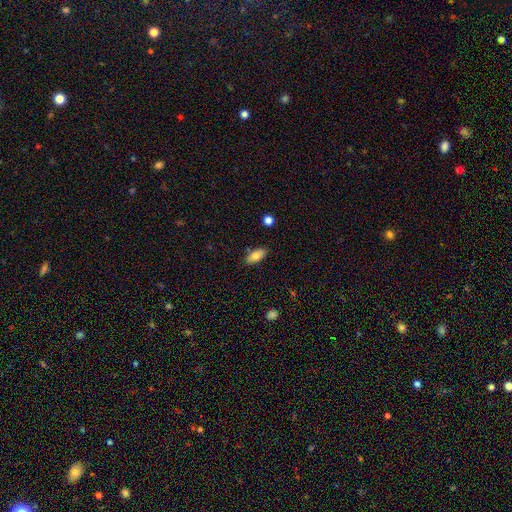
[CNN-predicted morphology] smooth-or-featured: smooth: 79% | featured or disk: 13% | star or artifact: 7%
  how-rounded: in between: 89% | cigar-shaped: 8% | round: 3%
  merging: none: 85% | minor disturbance: 11% | major disturbance: 2% | merger: 2%